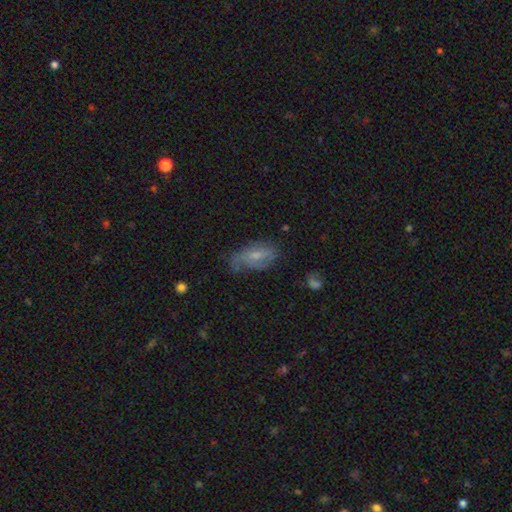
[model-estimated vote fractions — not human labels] Q: Smooth or featured?
A: featured or disk (47%); runner-up: smooth (44%)
Q: Merging?
A: none (52%); runner-up: minor disturbance (31%)